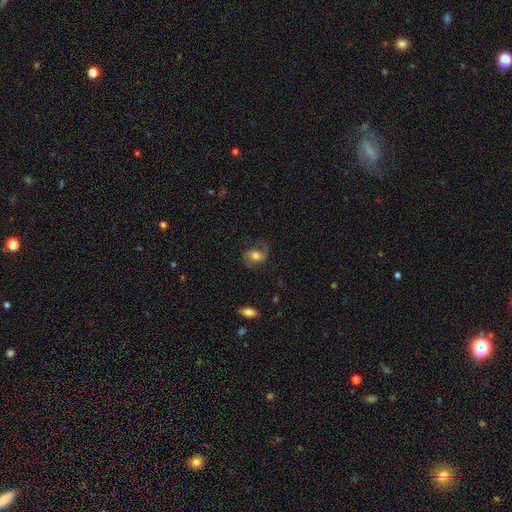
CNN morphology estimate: Q: Smooth or featured?
A: featured or disk (59%); runner-up: smooth (32%)
Q: Edge-on disk?
A: no (96%); runner-up: yes (4%)
Q: Bar?
A: no (58%); runner-up: weak (33%)
Q: Spiral arms?
A: yes (91%); runner-up: no (9%)
Q: Spiral winding?
A: medium (45%); runner-up: loose (40%)
Q: Spiral arm count?
A: 2 (84%); runner-up: 1 (9%)
Q: Bulge size?
A: moderate (57%); runner-up: large (26%)
Q: Merging?
A: none (67%); runner-up: minor disturbance (19%)